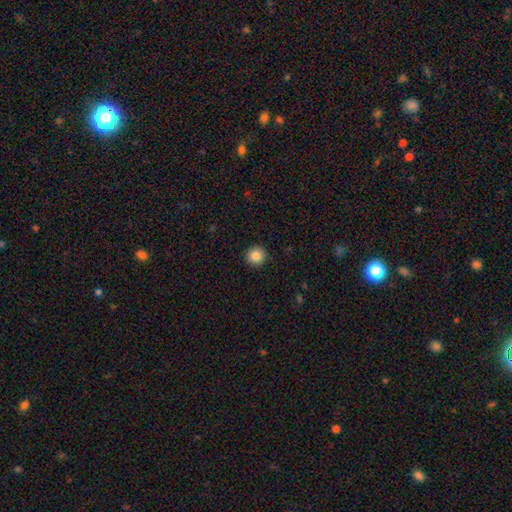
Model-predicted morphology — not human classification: This is clearly a smooth galaxy (85%). How rounded: clearly round (95%). Merging: clearly none (93%).